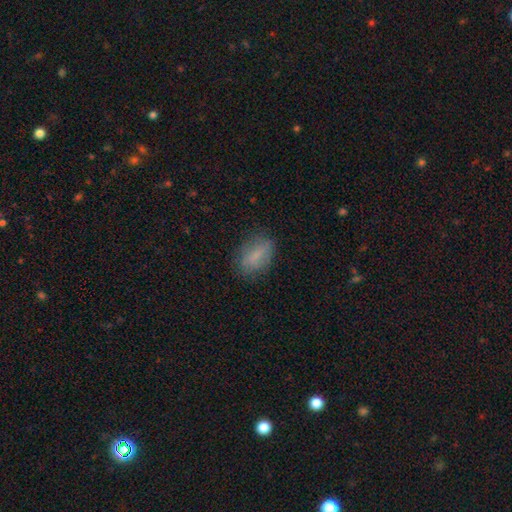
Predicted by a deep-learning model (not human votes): The model was most divided on "merging": none: 76%, minor disturbance: 17%, major disturbance: 6%, merger: 1%. More confident: how rounded — in between (85%); smooth or featured — smooth (77%).